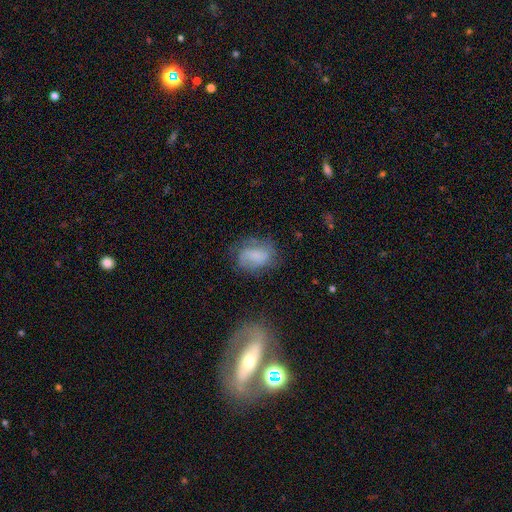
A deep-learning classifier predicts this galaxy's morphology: Overall: smooth (55%; featured or disk 36%). How rounded: in between (74%). Merging: none (56%; minor disturbance 25%).